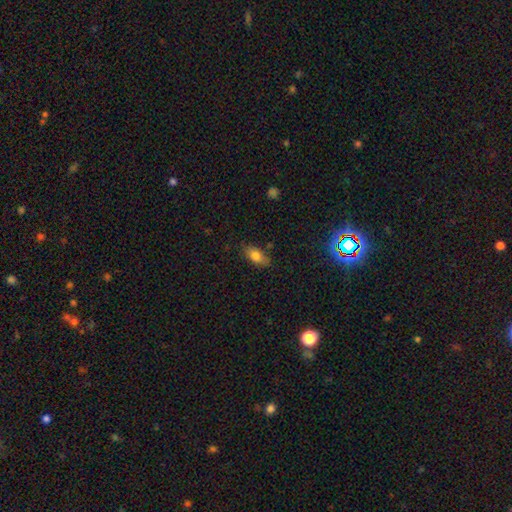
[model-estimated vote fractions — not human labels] This is likely a smooth galaxy (77%). How rounded: clearly in between (87%). Merging: clearly none (81%).